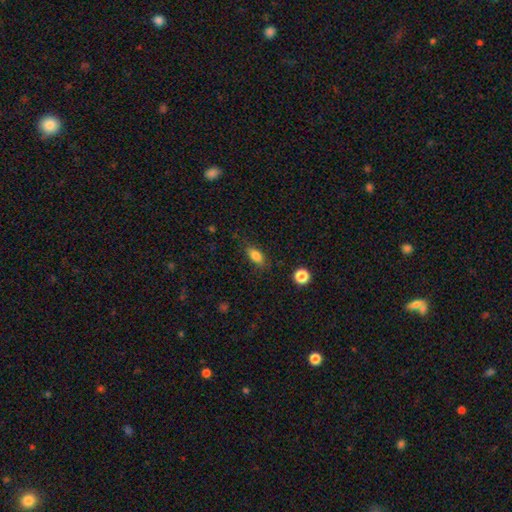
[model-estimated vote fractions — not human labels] Smooth or featured? Predicted: smooth (p=0.84). How rounded? Predicted: in between (p=0.85). Merging? Predicted: none (p=0.81).